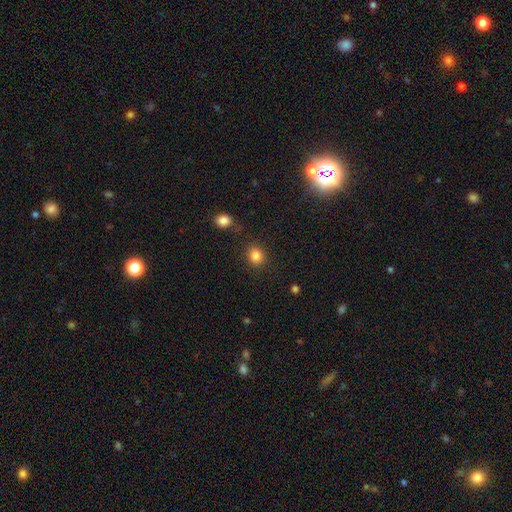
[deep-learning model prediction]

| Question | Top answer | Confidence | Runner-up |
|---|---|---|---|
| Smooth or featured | smooth | 84% | star or artifact (11%) |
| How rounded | round | 76% | in between (23%) |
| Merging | none | 85% | minor disturbance (9%) |